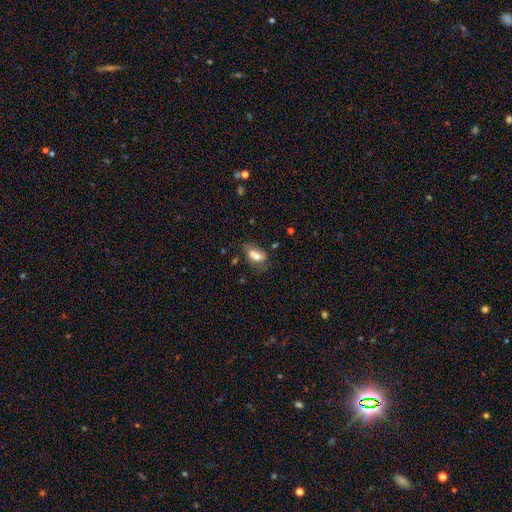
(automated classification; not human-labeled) Smooth or featured? Predicted: smooth (p=0.66). How rounded? Predicted: in between (p=0.85). Merging? Predicted: none (p=0.41).